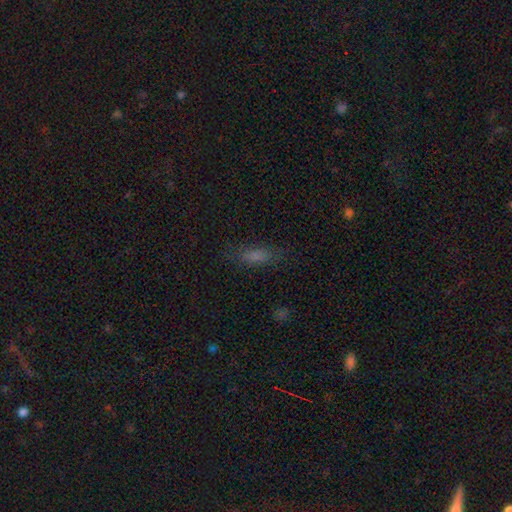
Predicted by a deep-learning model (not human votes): Smooth or featured? smooth (63%)
How rounded? in between (52%)
Merging? none (77%)